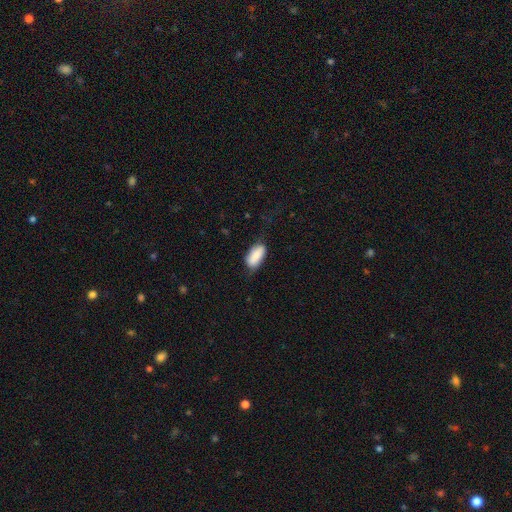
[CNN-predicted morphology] smooth_or_featured: smooth (p=0.85) [alt: featured or disk p=0.09]
how_rounded: in between (p=0.90) [alt: cigar-shaped p=0.08]
merging: none (p=0.66) [alt: minor disturbance p=0.26]